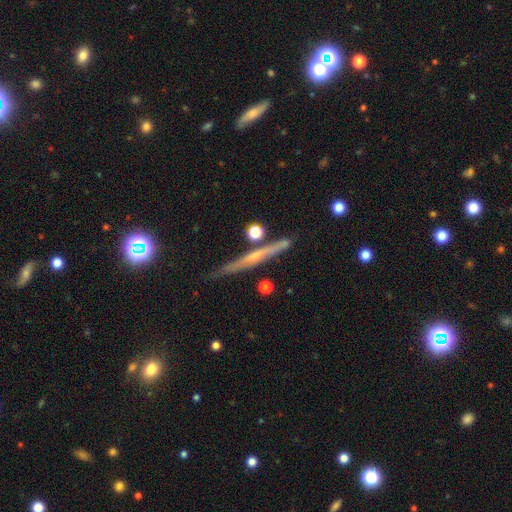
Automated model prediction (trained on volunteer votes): A featured or disk galaxy (72%) viewed edge-on (97%) with a rounded central bulge (58%). Merging: none (85%).